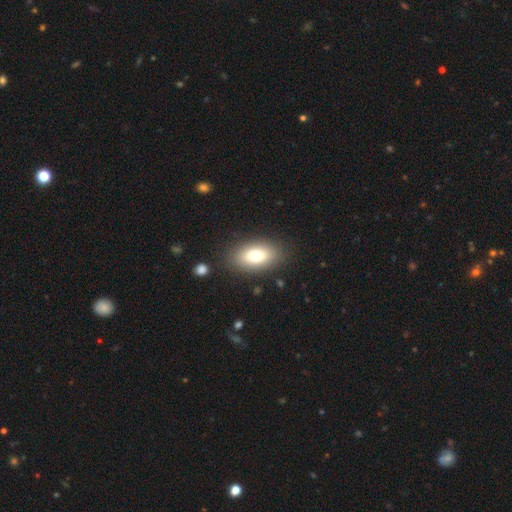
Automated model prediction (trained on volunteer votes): A smooth galaxy with no disk features (77%) that is in between round and cigar-shaped (90%). Merging: none (85%).